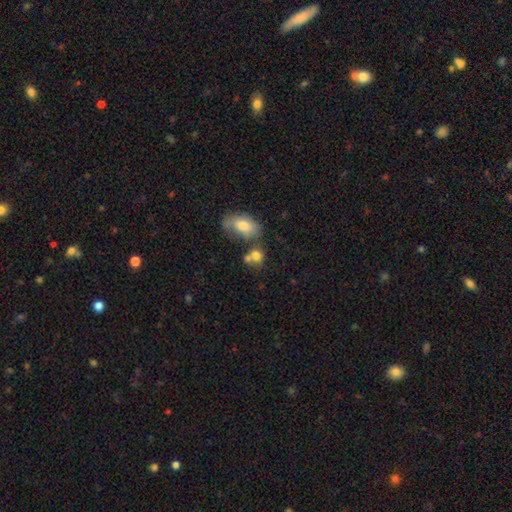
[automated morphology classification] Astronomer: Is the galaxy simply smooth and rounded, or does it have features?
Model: smooth — 78%.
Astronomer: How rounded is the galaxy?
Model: round — 59% (runner-up: in between, 39%).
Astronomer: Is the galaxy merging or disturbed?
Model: none — 43% (runner-up: merger, 39%).